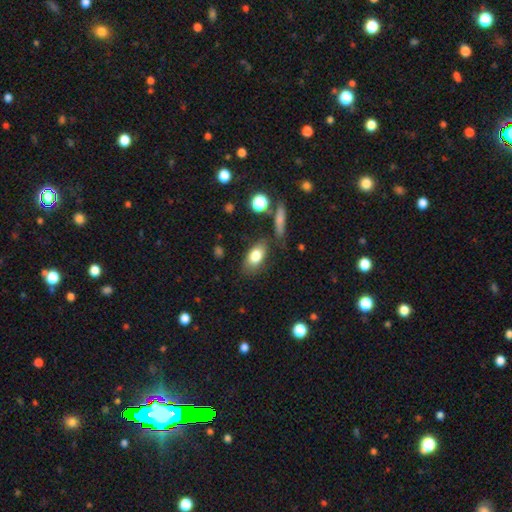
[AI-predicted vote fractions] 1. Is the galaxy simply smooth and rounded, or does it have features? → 79% smooth, 13% featured or disk, 8% star or artifact.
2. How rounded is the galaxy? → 86% in between, 9% round, 5% cigar-shaped.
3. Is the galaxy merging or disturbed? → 74% none, 16% minor disturbance, 5% major disturbance, 5% merger.